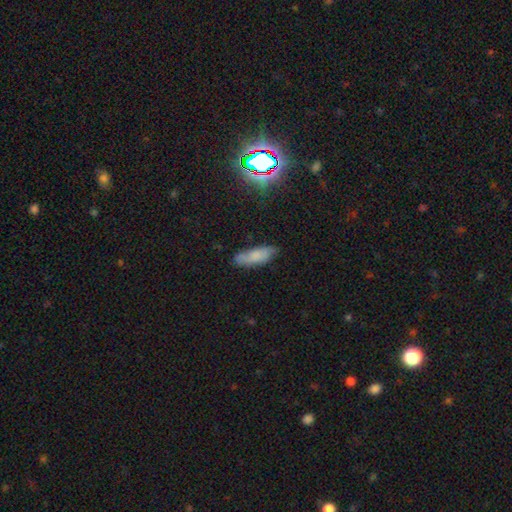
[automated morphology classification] A smooth galaxy with no disk features (71%) that is in between round and cigar-shaped (61%). Merging: none (72%).